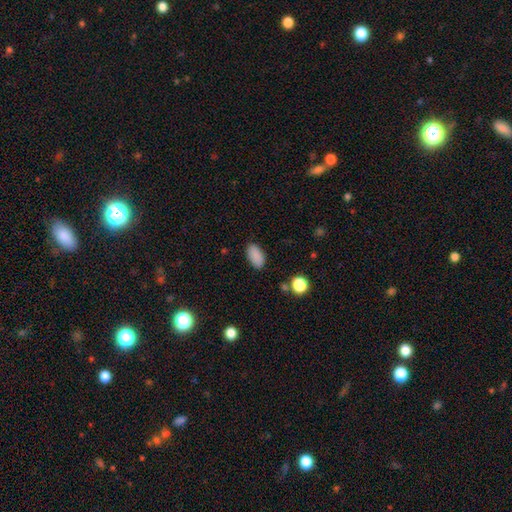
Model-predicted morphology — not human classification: The model was most divided on "merging": none: 86%, minor disturbance: 10%, major disturbance: 3%, merger: 2%. More confident: how rounded — in between (93%); smooth or featured — smooth (88%).